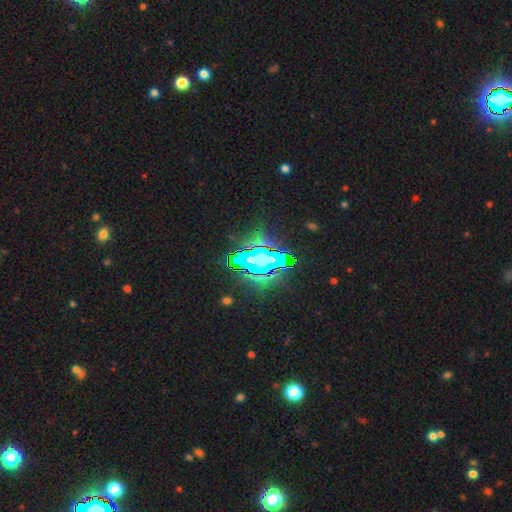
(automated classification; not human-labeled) Smooth or featured?
  - star or artifact: 72% *
  - featured or disk: 15%
  - smooth: 13%